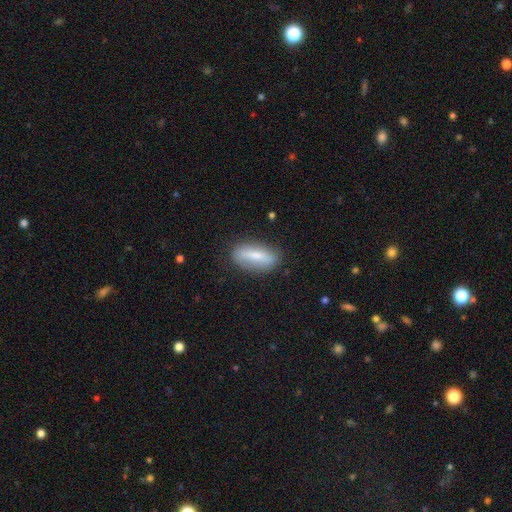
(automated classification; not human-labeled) Q: Smooth or featured?
A: smooth (64%); runner-up: featured or disk (29%)
Q: How rounded?
A: in between (64%); runner-up: cigar-shaped (33%)
Q: Merging?
A: none (82%); runner-up: minor disturbance (13%)